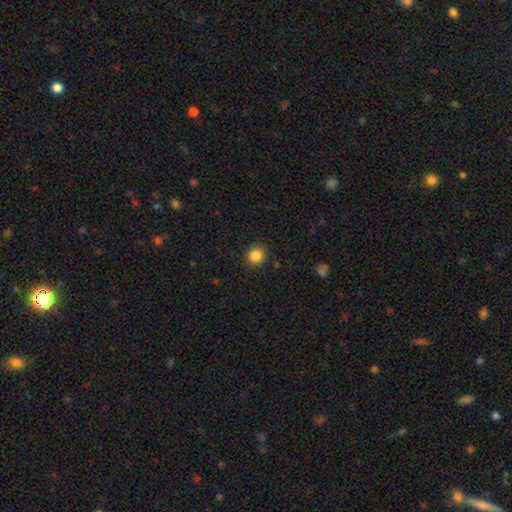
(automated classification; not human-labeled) Overall: smooth (86%). How rounded: round (90%). Merging: none (90%).